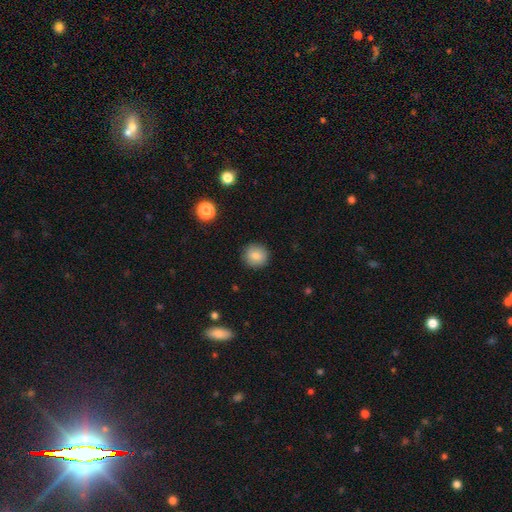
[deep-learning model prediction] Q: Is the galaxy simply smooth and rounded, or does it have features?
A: smooth — 85%.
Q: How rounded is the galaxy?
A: round — 93%.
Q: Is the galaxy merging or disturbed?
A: none — 91%.